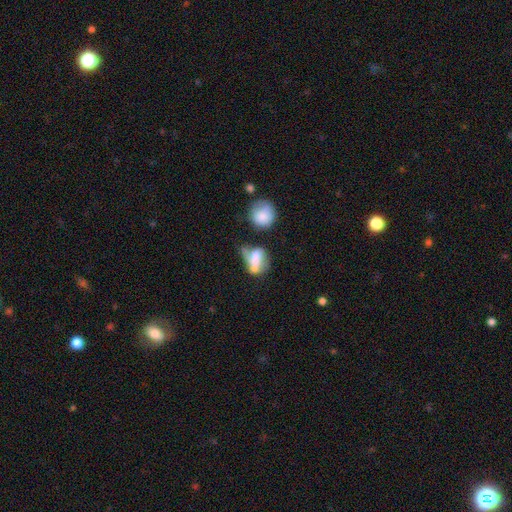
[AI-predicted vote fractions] A smooth galaxy with no disk features (49%).

Vote fractions:
- Smooth or featured? smooth: 49% / featured or disk: 41% / star or artifact: 10%
- Merging? merger: 39% / major disturbance: 26% / none: 19% / minor disturbance: 16%